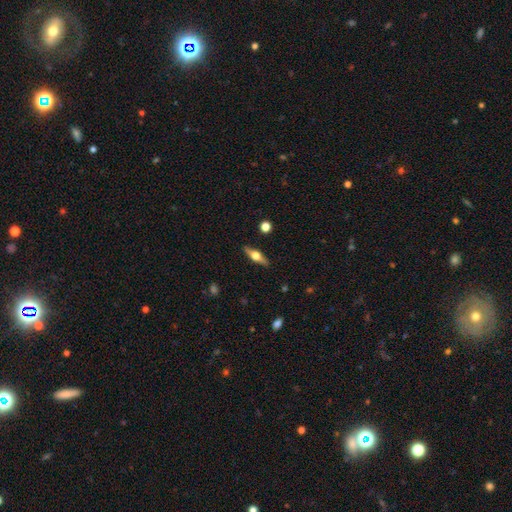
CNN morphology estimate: A featured or disk galaxy (64%) viewed edge-on (95%) with a rounded central bulge (95%). Merging: none (88%).